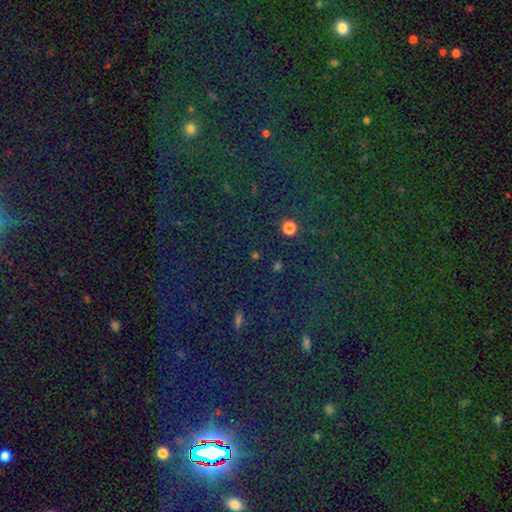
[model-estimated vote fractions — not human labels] A star or artifact, not a galaxy (59%).